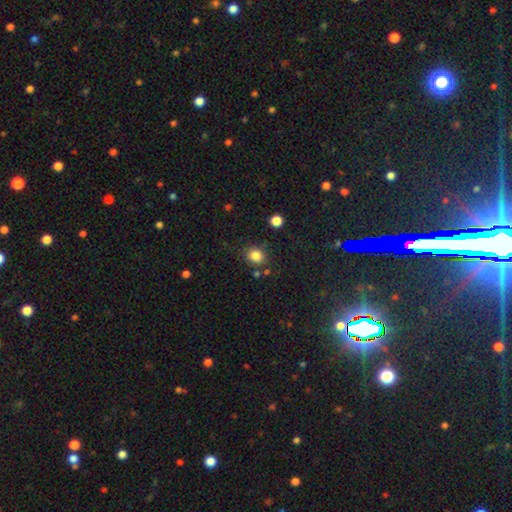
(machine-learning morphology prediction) A smooth galaxy with no disk features (83%) that is round (70%).

Vote fractions:
- Smooth or featured? smooth: 83% / star or artifact: 12% / featured or disk: 5%
- How rounded? round: 70% / in between: 29% / cigar-shaped: 1%
- Merging? none: 81% / minor disturbance: 11% / merger: 6% / major disturbance: 3%